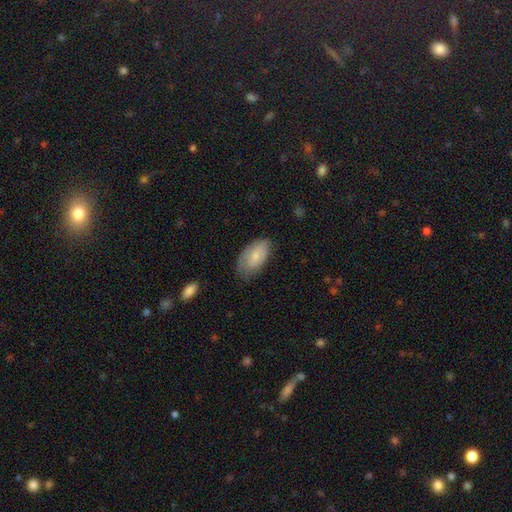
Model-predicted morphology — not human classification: A smooth galaxy with no disk features (69%) that is in between round and cigar-shaped (94%). Merging: none (66%).